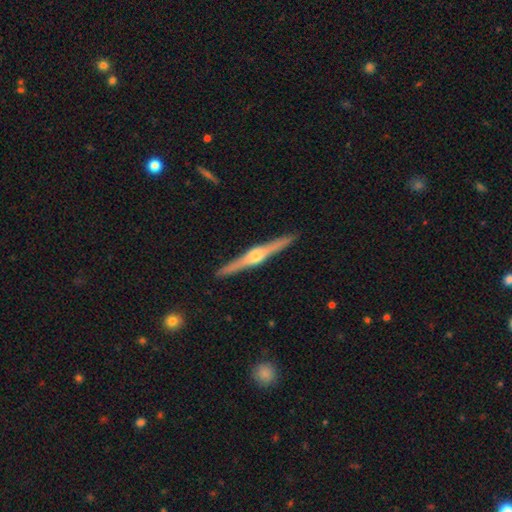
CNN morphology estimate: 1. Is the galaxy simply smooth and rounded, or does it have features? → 83% featured or disk, 13% smooth, 5% star or artifact.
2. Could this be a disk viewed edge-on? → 99% yes, 1% no.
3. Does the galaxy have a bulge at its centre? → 92% rounded, 5% boxy, 3% none.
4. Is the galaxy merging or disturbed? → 93% none, 5% minor disturbance, 1% major disturbance, 1% merger.